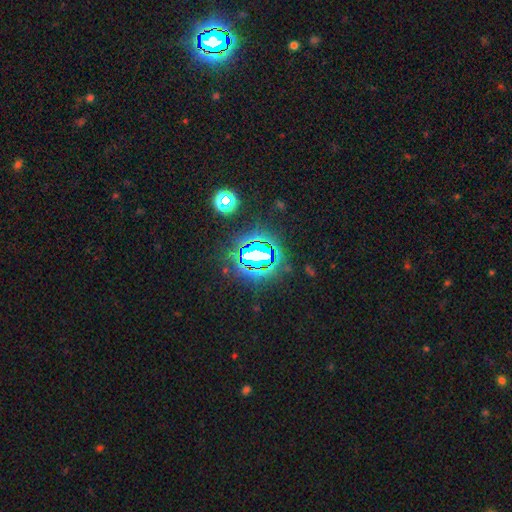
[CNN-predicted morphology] smooth_or_featured: star or artifact (p=0.73) [alt: smooth p=0.15]